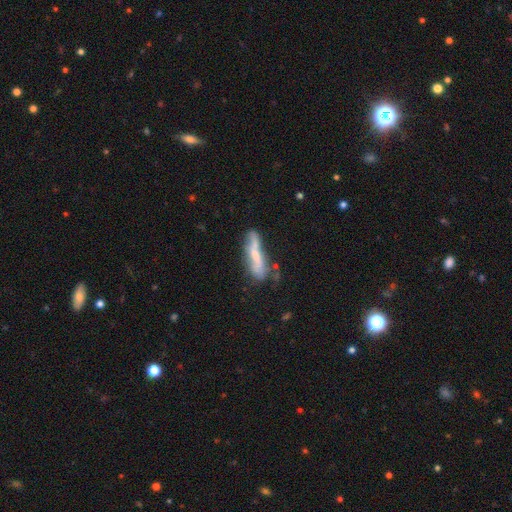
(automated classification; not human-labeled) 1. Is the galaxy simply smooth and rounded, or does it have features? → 46% featured or disk (tied), 46% smooth (tied), 8% star or artifact.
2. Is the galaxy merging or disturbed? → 49% none, 28% minor disturbance, 14% major disturbance, 10% merger.